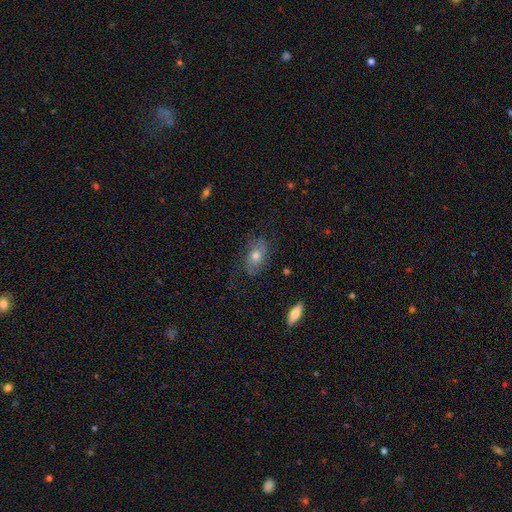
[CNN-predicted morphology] Smooth or featured?
  - featured or disk: 47% *
  - smooth: 42%
  - star or artifact: 11%
Merging?
  - none: 64% *
  - minor disturbance: 21%
  - major disturbance: 13%
  - merger: 2%